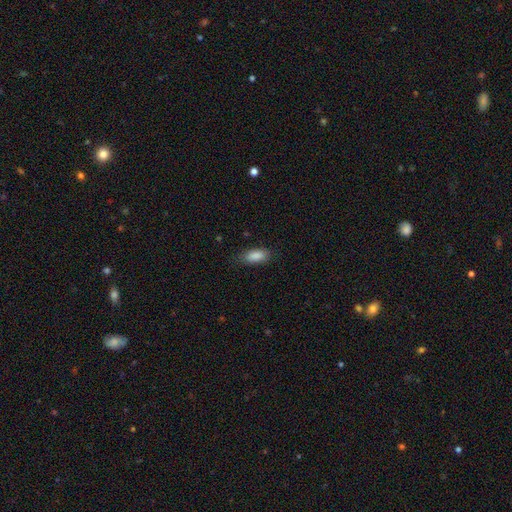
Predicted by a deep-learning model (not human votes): Overall: smooth (88%). How rounded: in between (84%). Merging: none (80%).